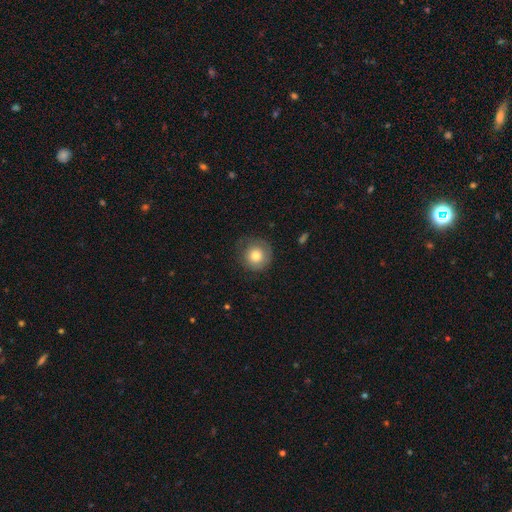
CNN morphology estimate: type=smooth (76%); roundness=round (94%); merging=none (69%).